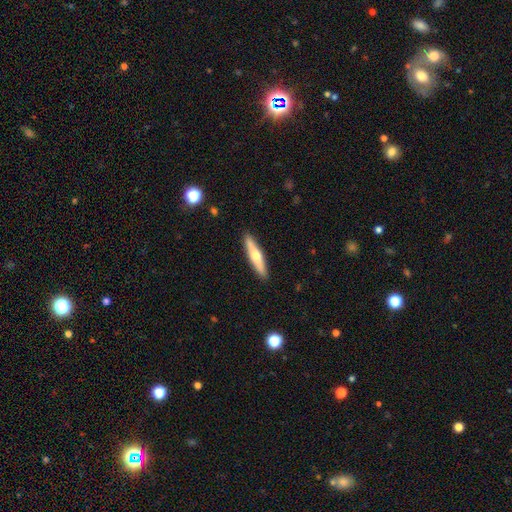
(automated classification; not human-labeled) Smooth or featured?
  - smooth: 50% *
  - featured or disk: 45%
  - star or artifact: 5%
Merging?
  - none: 90% *
  - minor disturbance: 7%
  - major disturbance: 2%
  - merger: 1%